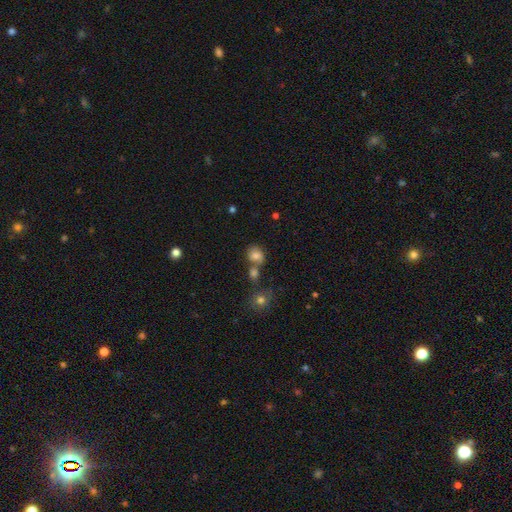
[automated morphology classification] Q: Smooth or featured?
A: smooth (69%); runner-up: featured or disk (18%)
Q: How rounded?
A: round (69%); runner-up: in between (29%)
Q: Merging?
A: none (48%); runner-up: merger (31%)